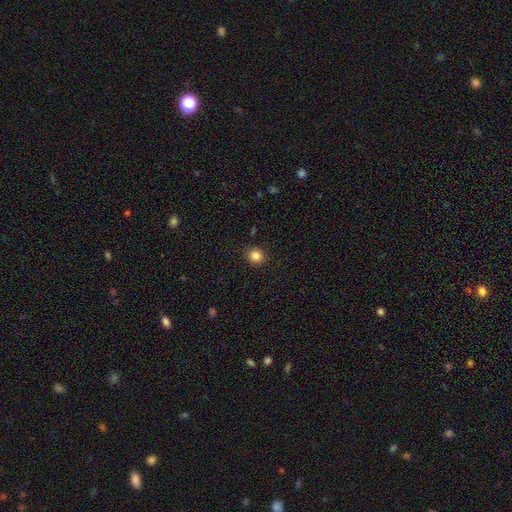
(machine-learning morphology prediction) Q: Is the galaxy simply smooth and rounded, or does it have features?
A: smooth — 84%.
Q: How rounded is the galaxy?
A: round — 86%.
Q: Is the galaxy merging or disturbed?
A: none — 90%.